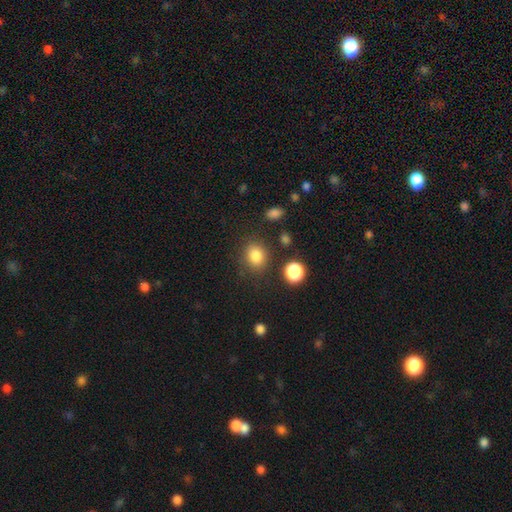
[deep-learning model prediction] Q: Smooth or featured?
A: smooth (82%); runner-up: star or artifact (12%)
Q: How rounded?
A: round (63%); runner-up: in between (36%)
Q: Merging?
A: none (82%); runner-up: minor disturbance (11%)